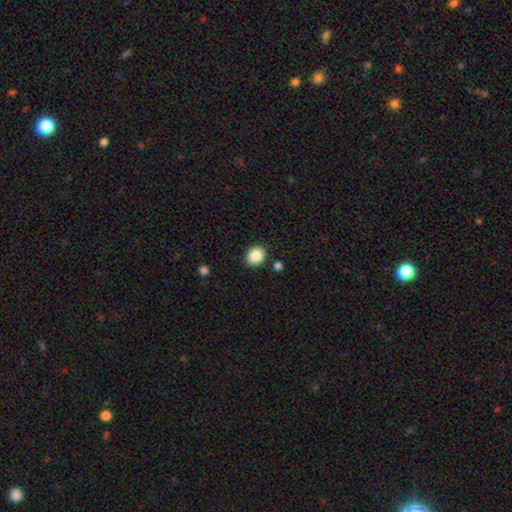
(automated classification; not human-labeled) Q: Smooth or featured?
A: smooth (88%); runner-up: star or artifact (8%)
Q: How rounded?
A: round (65%); runner-up: in between (34%)
Q: Merging?
A: none (88%); runner-up: minor disturbance (8%)